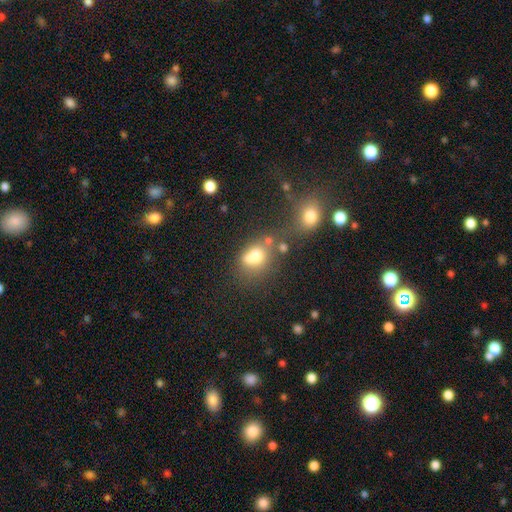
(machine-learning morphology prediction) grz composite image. It shows a smooth galaxy with no disk features (67%) that is round (54%). Merging: merger (47%).